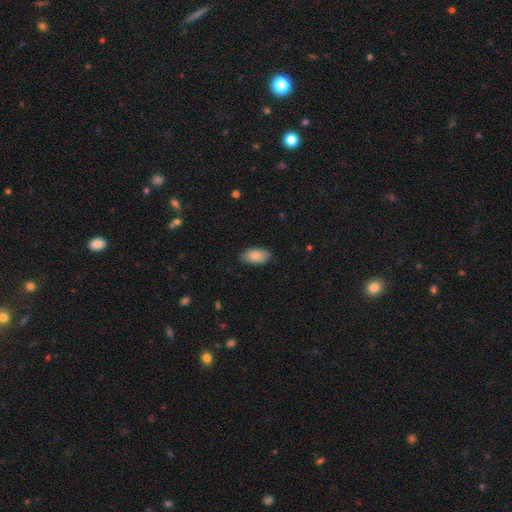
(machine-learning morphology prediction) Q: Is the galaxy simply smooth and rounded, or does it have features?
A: smooth — 85%.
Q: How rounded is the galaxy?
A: in between — 94%.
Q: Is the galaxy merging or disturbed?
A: none — 84%.